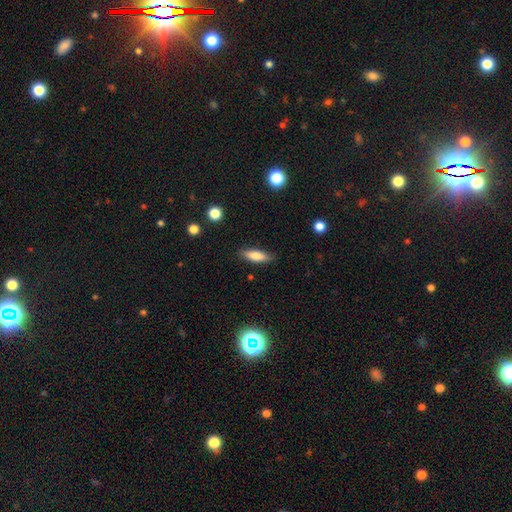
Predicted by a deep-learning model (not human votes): A smooth galaxy with no disk features (77%) that is cigar-shaped (49%, tied with in between).

Vote fractions:
- Smooth or featured? smooth: 77% / featured or disk: 16% / star or artifact: 7%
- How rounded? cigar-shaped: 49% (tied) / in between: 49% (tied) / round: 2%
- Merging? none: 86% / minor disturbance: 10% / major disturbance: 2% / merger: 1%